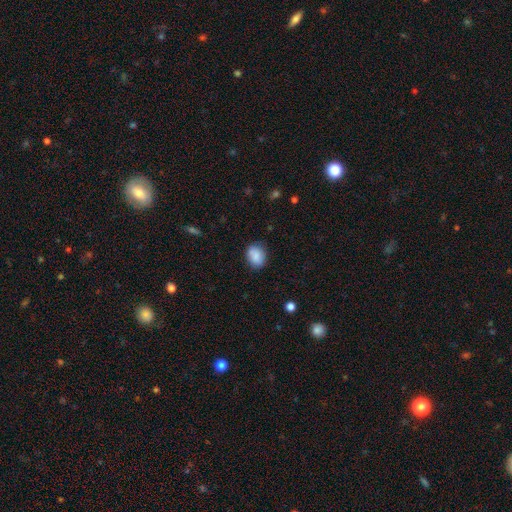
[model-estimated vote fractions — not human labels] smooth-or-featured: smooth: 85% | star or artifact: 8% | featured or disk: 7%
  how-rounded: in between: 59% | round: 40% | cigar-shaped: 1%
  merging: none: 78% | minor disturbance: 17% | major disturbance: 4% | merger: 2%